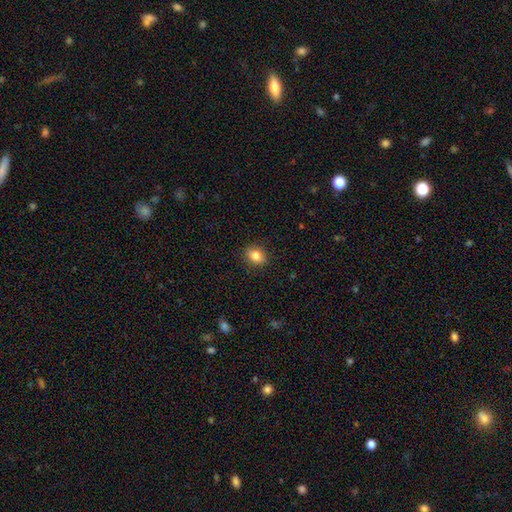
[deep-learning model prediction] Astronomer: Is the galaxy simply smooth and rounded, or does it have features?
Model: smooth — 83%.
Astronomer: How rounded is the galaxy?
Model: round — 50% (runner-up: in between, 49%).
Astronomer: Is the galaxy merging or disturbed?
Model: none — 89%.